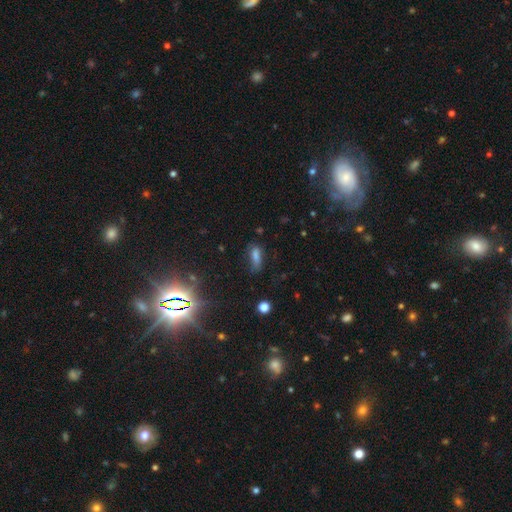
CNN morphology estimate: A smooth galaxy with no disk features (69%) that is in between round and cigar-shaped (62%). Merging: none (51%).